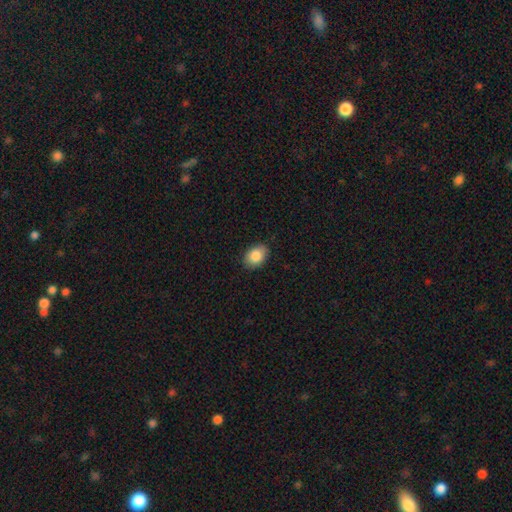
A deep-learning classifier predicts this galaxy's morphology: Smooth or featured: smooth — 86% (star or artifact — 7%)
How rounded: in between — 80% (round — 18%)
Merging: none — 86% (minor disturbance — 11%)